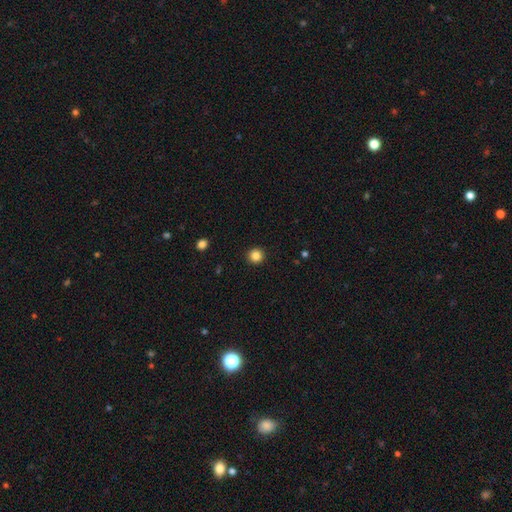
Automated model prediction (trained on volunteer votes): smooth 85%, star or artifact 11%, featured or disk 4%. Down the decision tree: how rounded — round (95%); merging — none (93%).